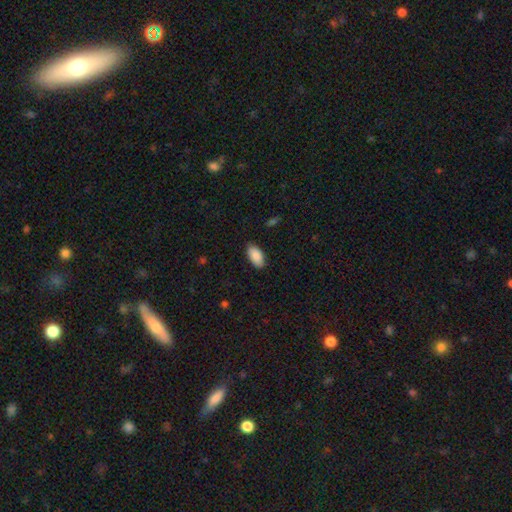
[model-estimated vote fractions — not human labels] Smooth or featured?
  - smooth: 89% *
  - star or artifact: 6%
  - featured or disk: 4%
How rounded?
  - in between: 95% *
  - round: 3%
  - cigar-shaped: 3%
Merging?
  - none: 86% *
  - minor disturbance: 11%
  - major disturbance: 2%
  - merger: 1%